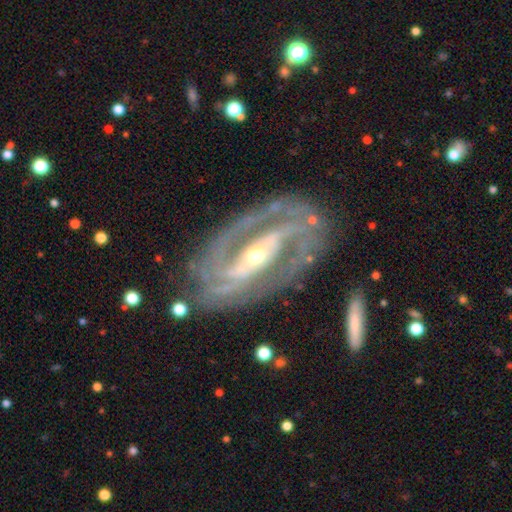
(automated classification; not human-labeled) A featured or disk galaxy (92%) with a strong bar (46%), 2 (59%) tight (52%) spiral arms (97%) and a small central bulge (48%, tied with moderate). Merging: none (75%).